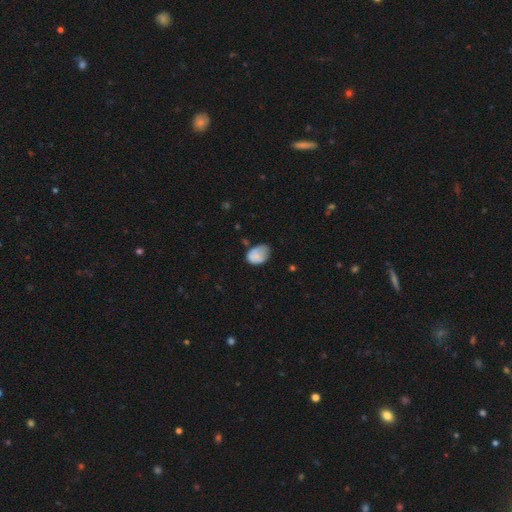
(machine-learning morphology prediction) smooth 77%, featured or disk 15%, star or artifact 8%. Down the decision tree: how rounded — in between (77%); merging — minor disturbance (41%).